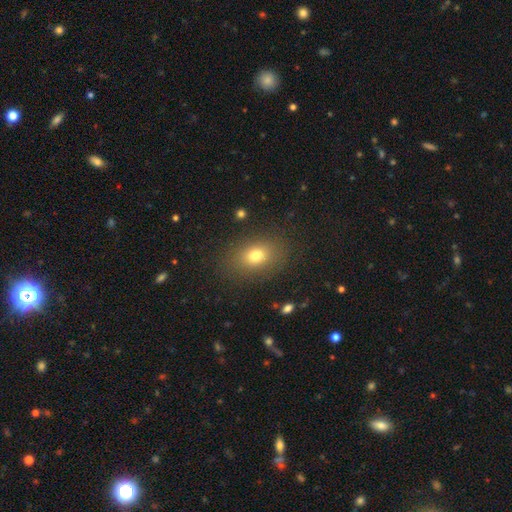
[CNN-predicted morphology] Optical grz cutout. It shows a smooth galaxy with no disk features (74%) that is in between round and cigar-shaped (67%). Merging: none (84%).